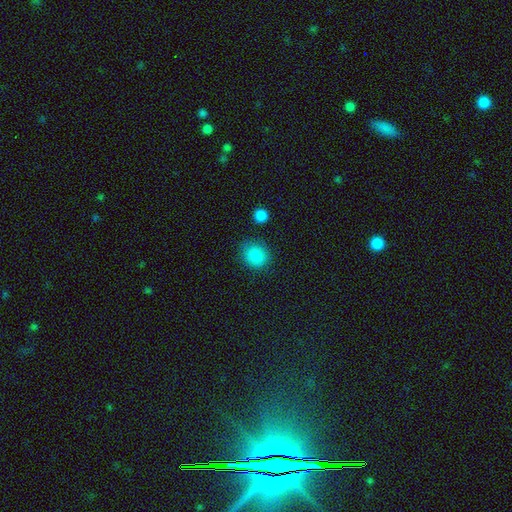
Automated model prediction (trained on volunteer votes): smooth 87%, star or artifact 10%, featured or disk 3%. Down the decision tree: how rounded — round (72%); merging — none (81%).